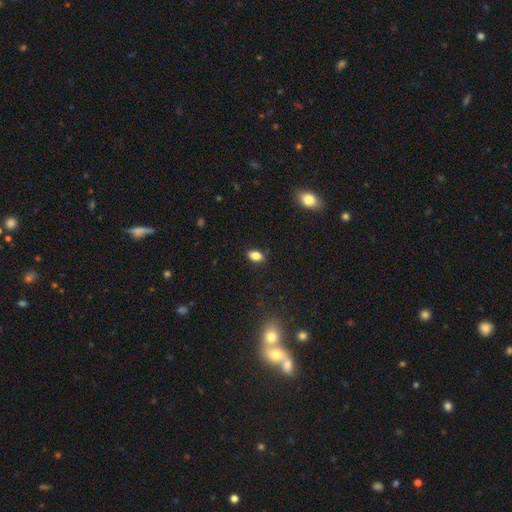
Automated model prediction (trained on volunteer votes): smooth 83%, star or artifact 10%, featured or disk 7%. Down the decision tree: how rounded — in between (87%); merging — none (86%).